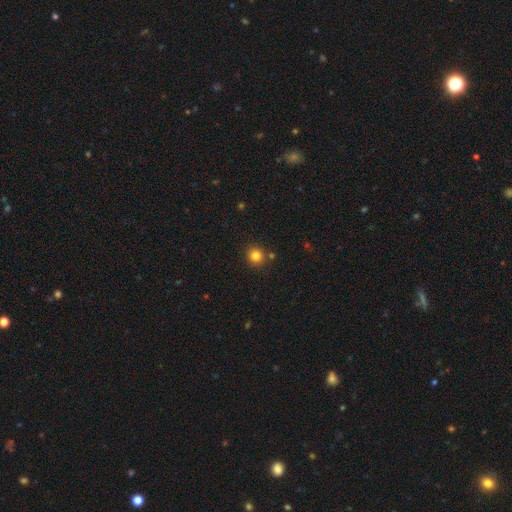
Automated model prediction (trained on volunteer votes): Smooth or featured? Predicted: smooth (p=0.82). How rounded? Predicted: round (p=0.92). Merging? Predicted: none (p=0.86).